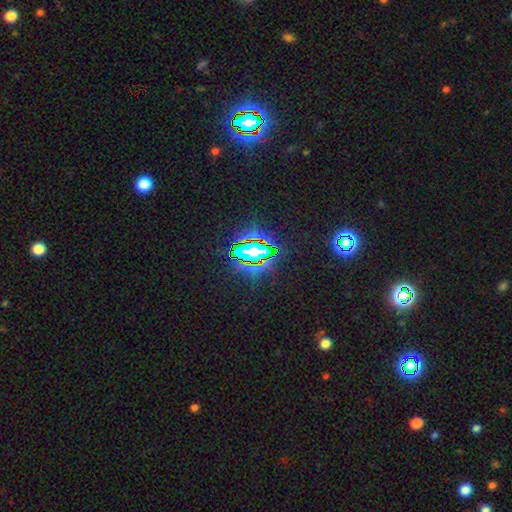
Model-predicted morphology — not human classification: The model was most divided on "smooth or featured": star or artifact: 82%, smooth: 11%, featured or disk: 7%.